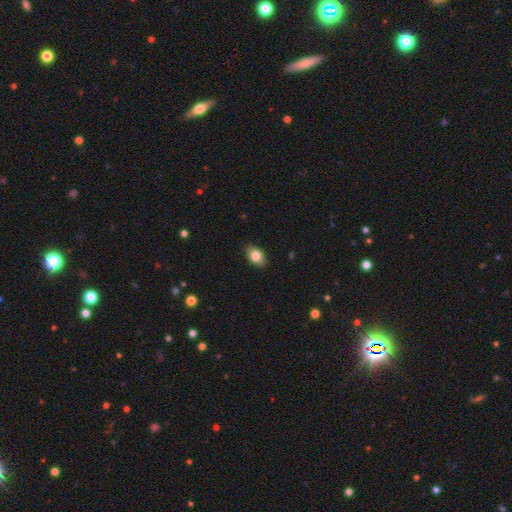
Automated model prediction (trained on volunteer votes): The model was most divided on "smooth or featured": smooth: 81%, featured or disk: 11%, star or artifact: 7%. More confident: how rounded — in between (87%); merging — none (85%).